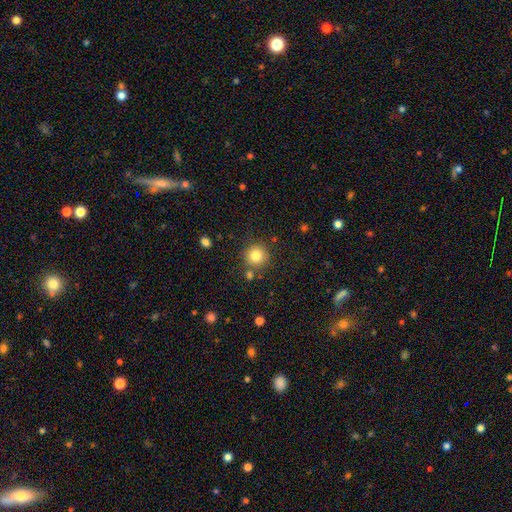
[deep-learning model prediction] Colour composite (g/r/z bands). It shows a smooth galaxy with no disk features (81%) that is round (94%). Merging: none (81%).